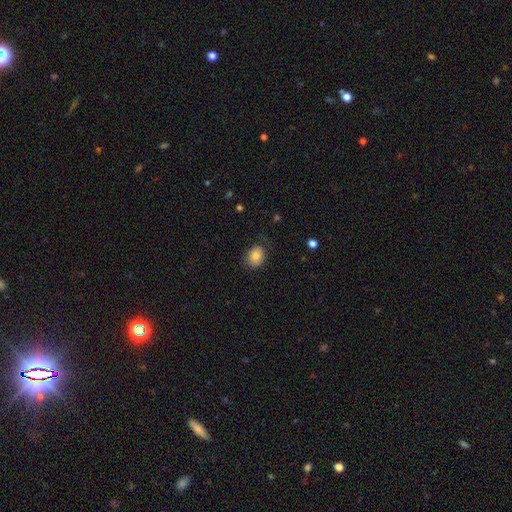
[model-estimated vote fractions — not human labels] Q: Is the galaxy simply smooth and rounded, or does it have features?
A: smooth — 83%.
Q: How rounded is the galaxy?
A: in between — 51%.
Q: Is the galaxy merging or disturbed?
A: none — 73%.